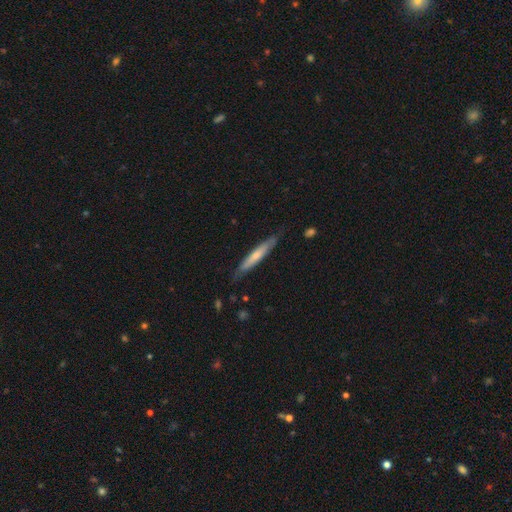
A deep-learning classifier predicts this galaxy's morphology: Q: Smooth or featured?
A: smooth (56%); runner-up: featured or disk (39%)
Q: How rounded?
A: cigar-shaped (93%); runner-up: in between (6%)
Q: Merging?
A: none (79%); runner-up: minor disturbance (17%)